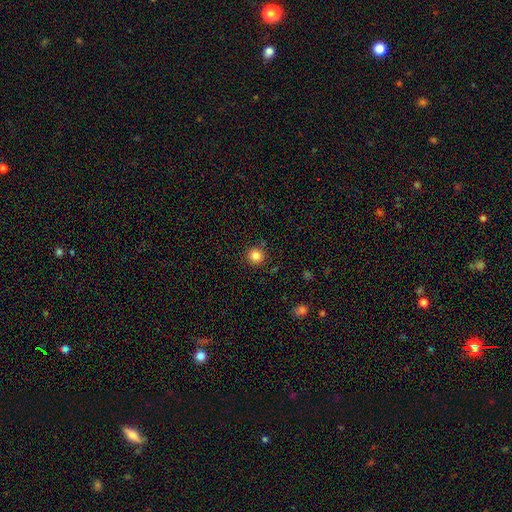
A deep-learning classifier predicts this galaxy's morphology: A smooth galaxy with no disk features (84%) that is round (94%). Merging: none (87%).